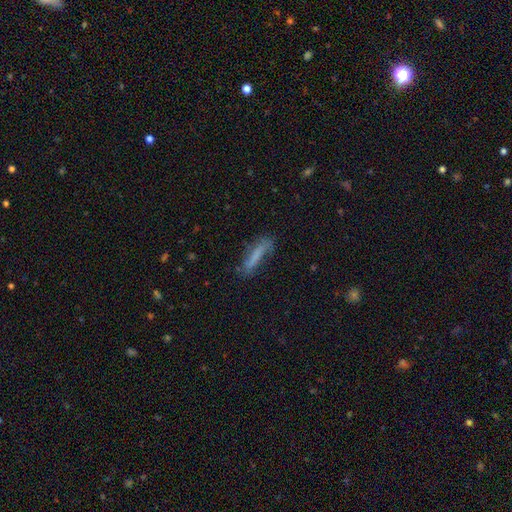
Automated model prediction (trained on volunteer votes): A smooth galaxy with no disk features (62%) that is cigar-shaped (81%).

Vote fractions:
- Smooth or featured? smooth: 62% / featured or disk: 29% / star or artifact: 9%
- How rounded? cigar-shaped: 81% / in between: 17% / round: 2%
- Merging? none: 64% / minor disturbance: 24% / major disturbance: 9% / merger: 3%